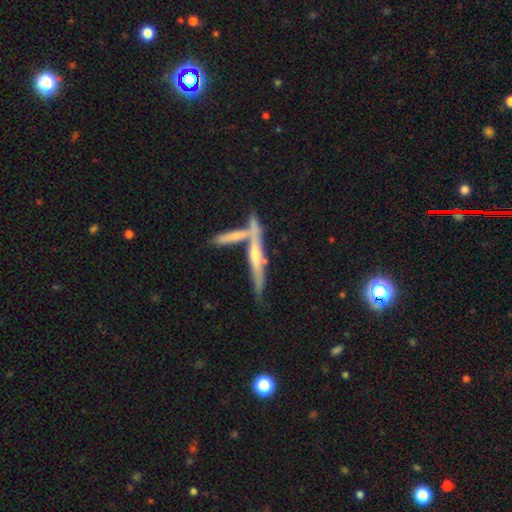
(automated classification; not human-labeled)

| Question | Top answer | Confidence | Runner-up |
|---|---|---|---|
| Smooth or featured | featured or disk | 73% | smooth (20%) |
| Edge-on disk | yes | 93% | no (7%) |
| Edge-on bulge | rounded | 67% | none (25%) |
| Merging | none | 56% | merger (28%) |